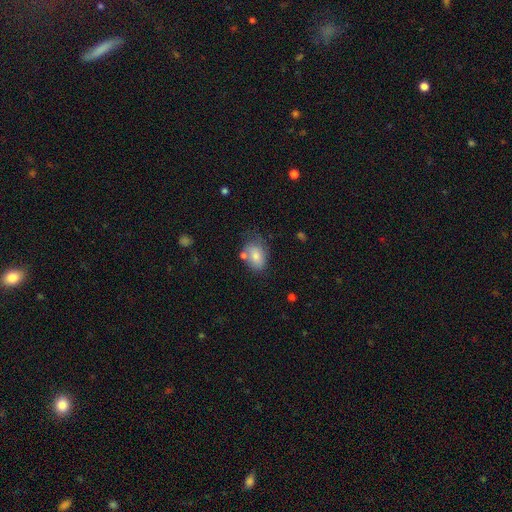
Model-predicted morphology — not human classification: Q: Smooth or featured?
A: smooth (77%); runner-up: featured or disk (15%)
Q: How rounded?
A: in between (80%); runner-up: round (19%)
Q: Merging?
A: none (53%); runner-up: minor disturbance (26%)